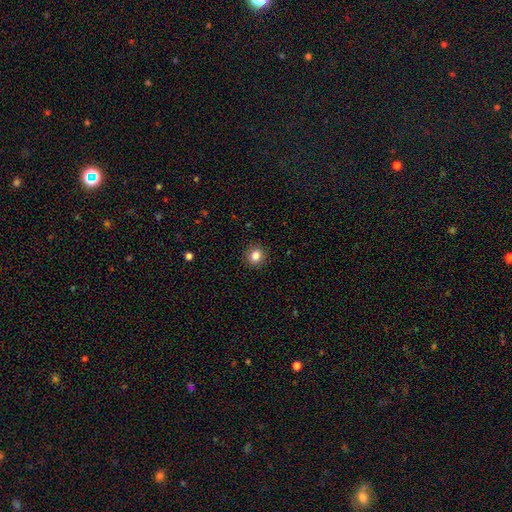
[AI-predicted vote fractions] A smooth galaxy with no disk features (84%) that is round (88%). Merging: none (91%).